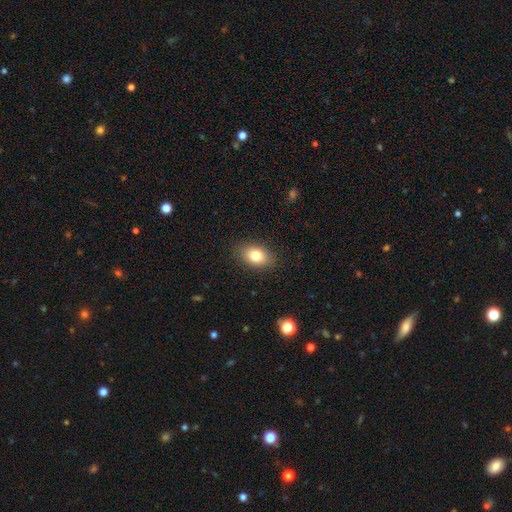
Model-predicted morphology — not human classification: Smooth or featured? Predicted: smooth (p=0.80). How rounded? Predicted: in between (p=0.84). Merging? Predicted: none (p=0.87).